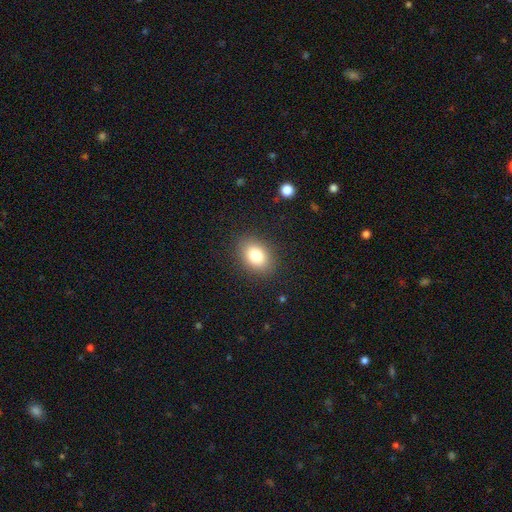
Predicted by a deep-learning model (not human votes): smooth_or_featured: smooth (p=0.81) [alt: star or artifact p=0.10]
how_rounded: in between (p=0.72) [alt: round p=0.27]
merging: none (p=0.87) [alt: minor disturbance p=0.09]